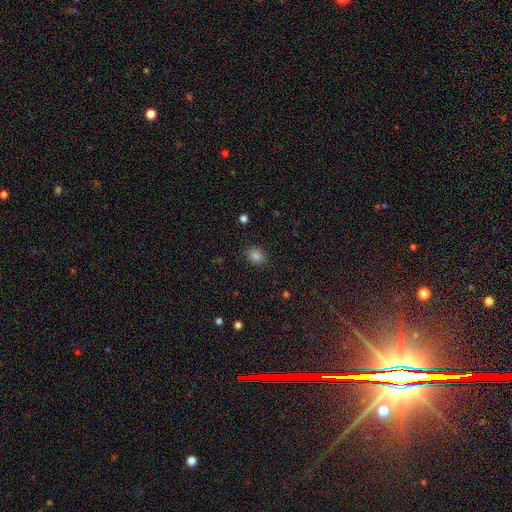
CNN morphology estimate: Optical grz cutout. It shows a smooth galaxy with no disk features (83%) that is round (64%). Merging: none (85%).